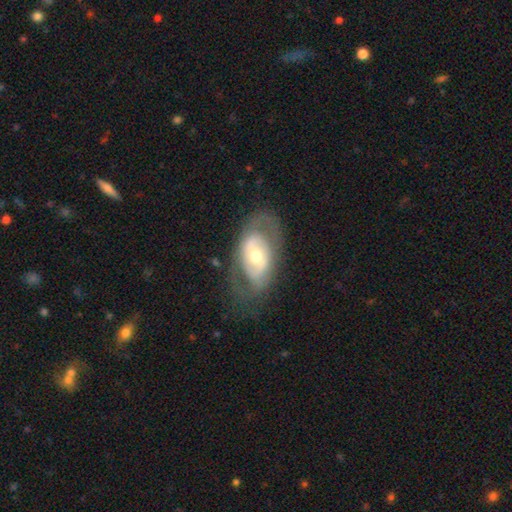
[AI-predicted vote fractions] A featured or disk galaxy (65%) with no bar (69%), no spiral arms (61%) and a moderate central bulge (66%).

Vote fractions:
- Smooth or featured? featured or disk: 65% / smooth: 29% / star or artifact: 6%
- Edge-on disk? no: 91% / yes: 9%
- Bar? no: 69% / weak: 21% / strong: 9%
- Spiral arms? no: 61% / yes: 39%
- Bulge size? moderate: 66% / small: 23% / large: 9% / dominant: 1% / none: 1%
- Merging? none: 68% / minor disturbance: 18% / major disturbance: 13% / merger: 2%